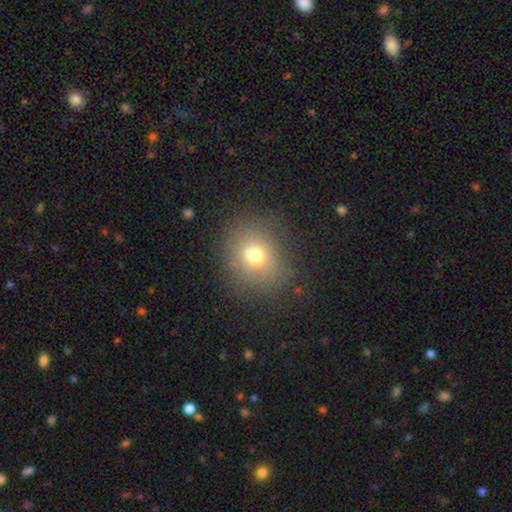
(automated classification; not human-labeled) Morphology: type=smooth (65%); roundness=round (69%); merging=none (73%).